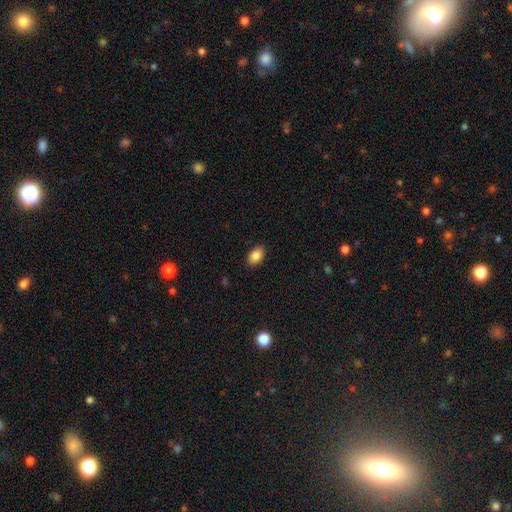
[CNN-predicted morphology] Q: Smooth or featured?
A: smooth (86%); runner-up: star or artifact (8%)
Q: How rounded?
A: in between (87%); runner-up: round (12%)
Q: Merging?
A: none (87%); runner-up: minor disturbance (10%)